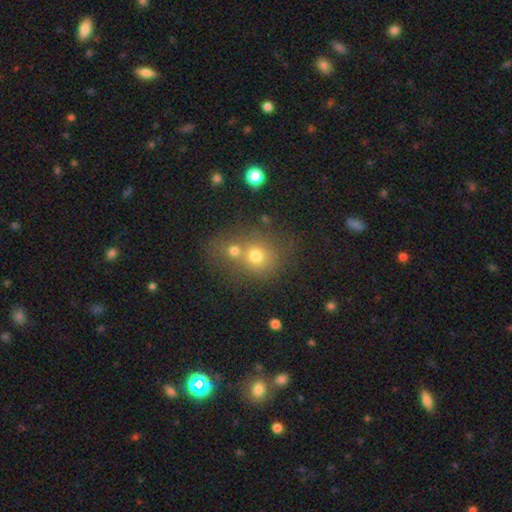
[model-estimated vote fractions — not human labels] Morphology: type=smooth (69%); roundness=round (82%); merging=merger (46%).